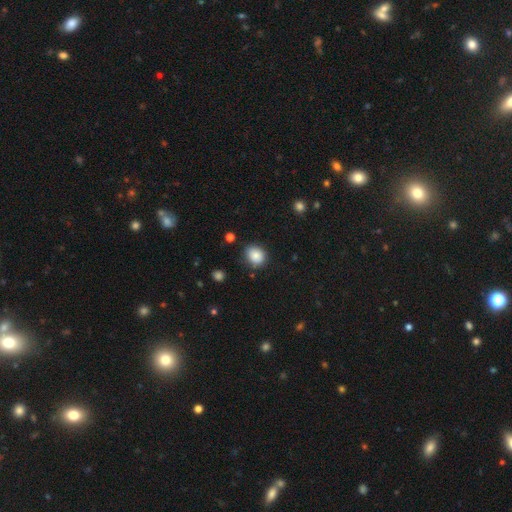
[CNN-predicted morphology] Smooth or featured: smooth — 86% (star or artifact — 9%)
How rounded: round — 70% (in between — 30%)
Merging: none — 79% (minor disturbance — 15%)